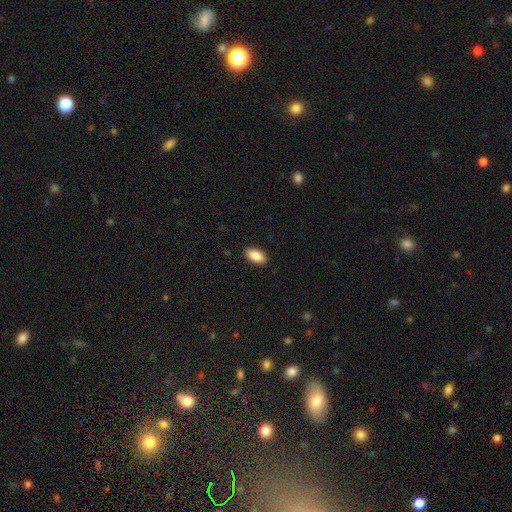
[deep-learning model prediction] Smooth or featured: smooth — 89% (star or artifact — 7%)
How rounded: in between — 94% (round — 3%)
Merging: none — 89% (minor disturbance — 8%)